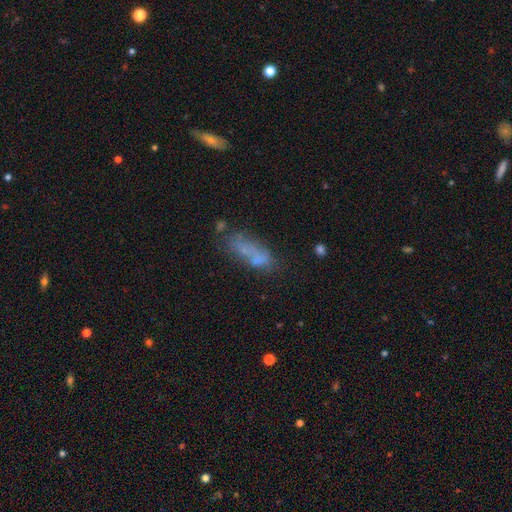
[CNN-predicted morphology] Smooth or featured? Predicted: smooth (p=0.55). How rounded? Predicted: in between (p=0.61). Merging? Predicted: none (p=0.42).